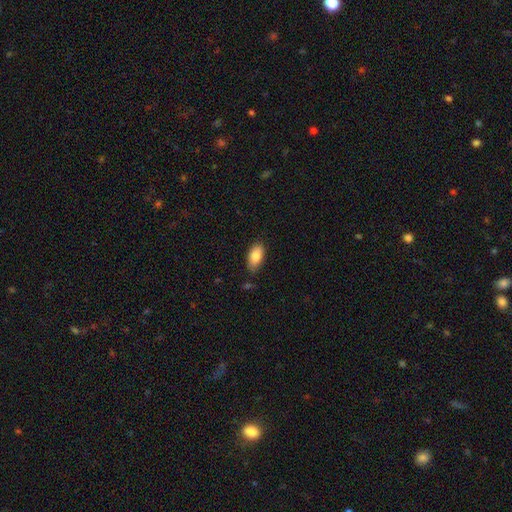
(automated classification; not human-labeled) Smooth or featured? smooth (86%)
How rounded? in between (92%)
Merging? none (78%)